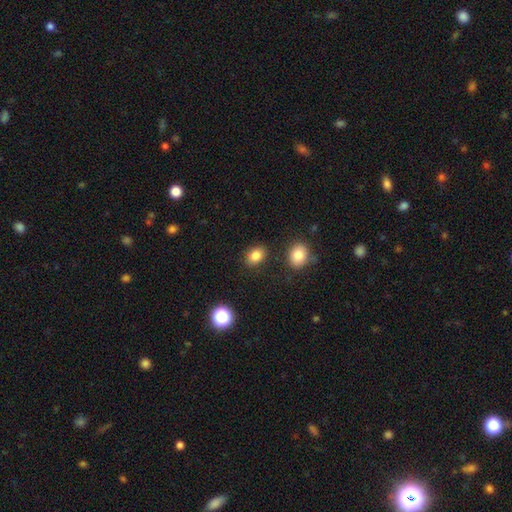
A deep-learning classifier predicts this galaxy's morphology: smooth_or_featured: smooth (p=0.83) [alt: star or artifact p=0.11]
how_rounded: in between (p=0.66) [alt: round p=0.33]
merging: none (p=0.83) [alt: minor disturbance p=0.10]